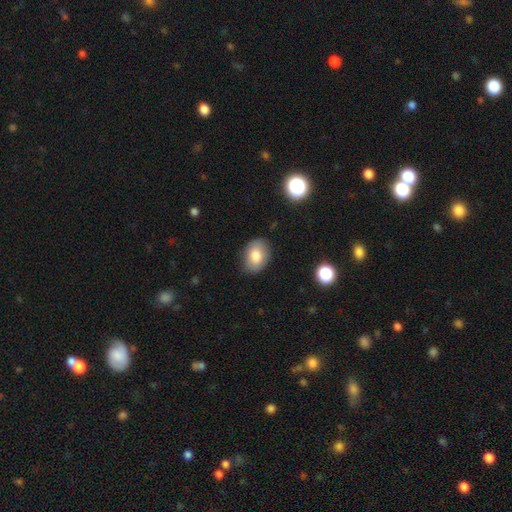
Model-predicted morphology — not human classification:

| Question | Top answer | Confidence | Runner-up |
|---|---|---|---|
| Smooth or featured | smooth | 80% | featured or disk (12%) |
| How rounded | in between | 77% | round (22%) |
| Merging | none | 82% | minor disturbance (14%) |